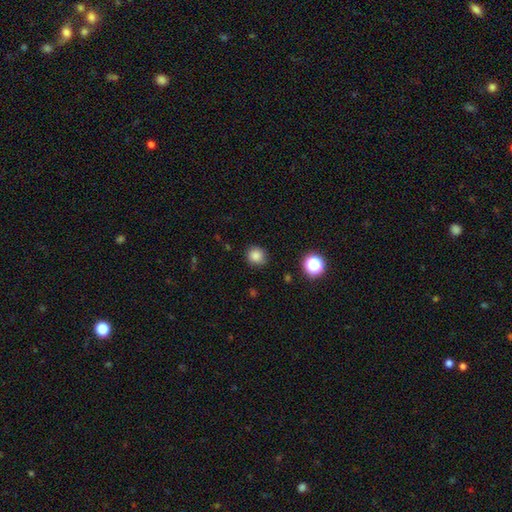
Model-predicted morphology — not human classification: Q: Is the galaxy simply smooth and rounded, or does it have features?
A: smooth — 83%.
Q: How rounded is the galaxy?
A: round — 86%.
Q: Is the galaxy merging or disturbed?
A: none — 85%.